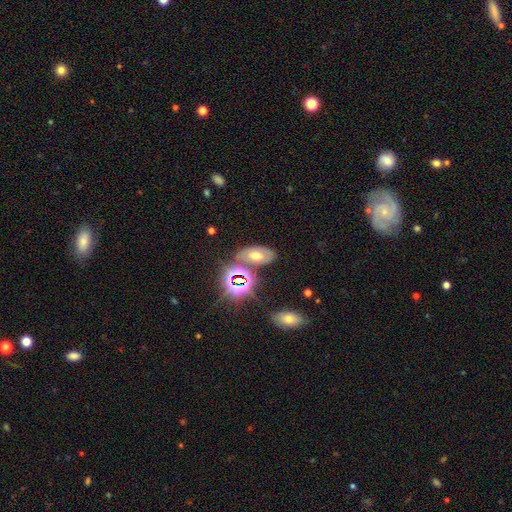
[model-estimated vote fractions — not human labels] This appears to be a smooth galaxy with no disk features (41%). Merging: none (68%).